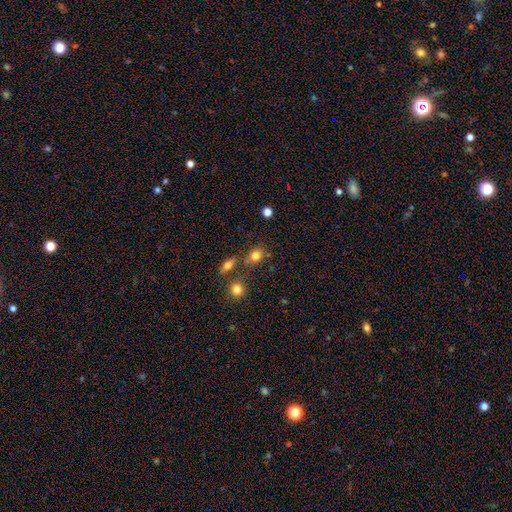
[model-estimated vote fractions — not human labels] Morphology: type=smooth (79%); roundness=round (57%); merging=none (64%).